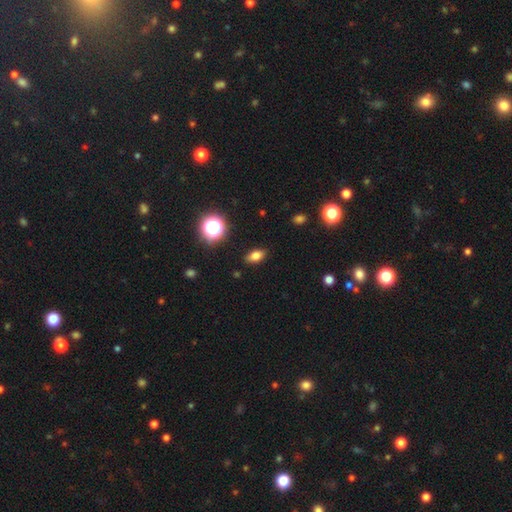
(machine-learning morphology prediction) Smooth or featured?
  - smooth: 76% *
  - star or artifact: 14%
  - featured or disk: 10%
How rounded?
  - in between: 82% *
  - round: 12%
  - cigar-shaped: 6%
Merging?
  - none: 88% *
  - minor disturbance: 9%
  - major disturbance: 2%
  - merger: 1%